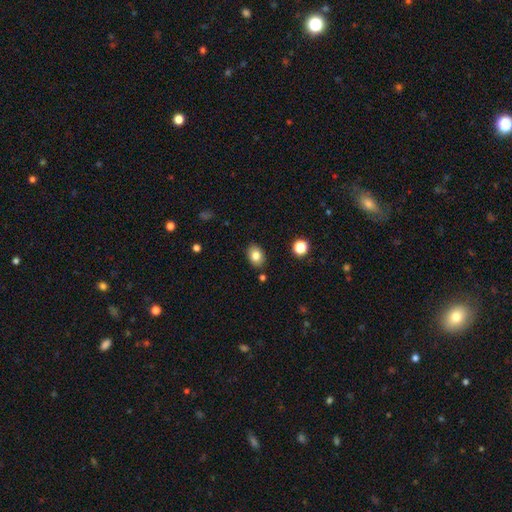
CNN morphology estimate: type=smooth (82%); roundness=in between (73%); merging=none (85%).